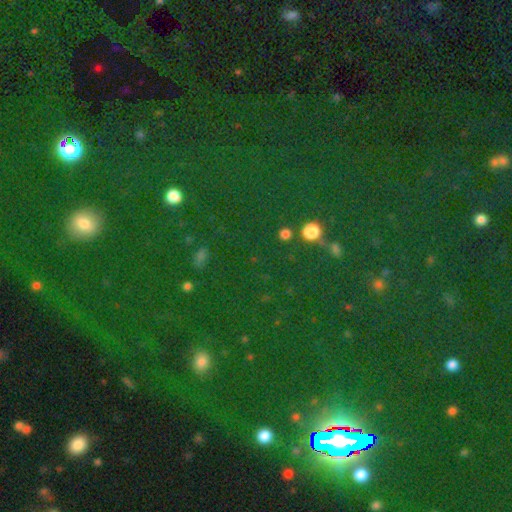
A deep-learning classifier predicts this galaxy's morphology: Smooth or featured? star or artifact (72%)